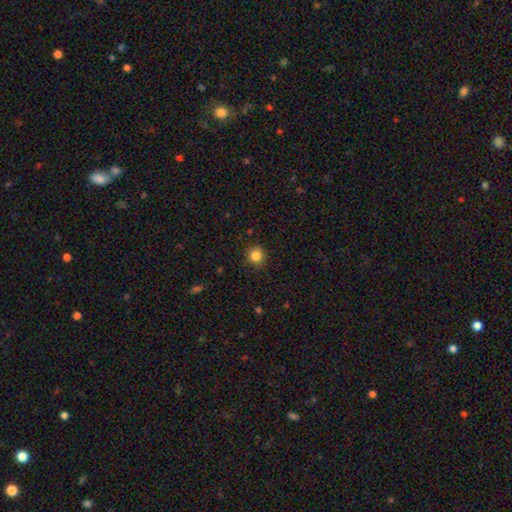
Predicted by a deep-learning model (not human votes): Morphology: type=smooth (84%); roundness=round (91%); merging=none (90%).